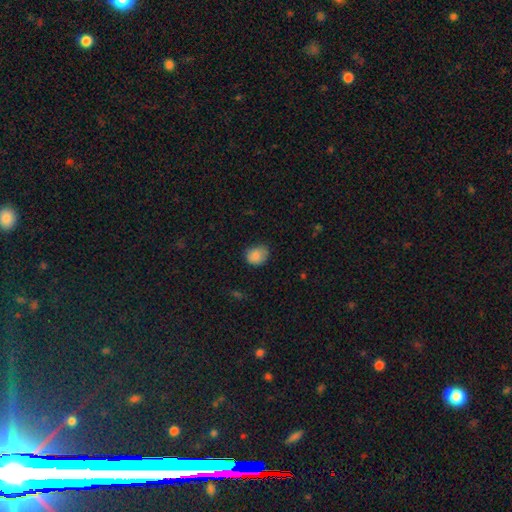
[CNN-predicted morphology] Smooth or featured: smooth — 85% (star or artifact — 9%)
How rounded: round — 53% (in between — 47%)
Merging: none — 65% (minor disturbance — 28%)